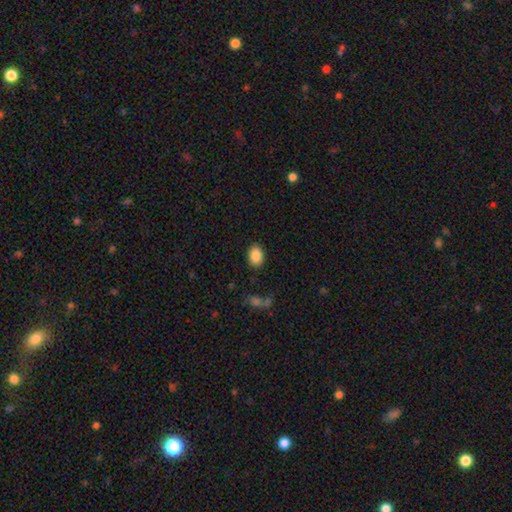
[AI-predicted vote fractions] Smooth or featured?
  - smooth: 88% *
  - star or artifact: 8%
  - featured or disk: 4%
How rounded?
  - in between: 78% *
  - round: 21%
  - cigar-shaped: 1%
Merging?
  - none: 87% *
  - minor disturbance: 9%
  - major disturbance: 3%
  - merger: 1%